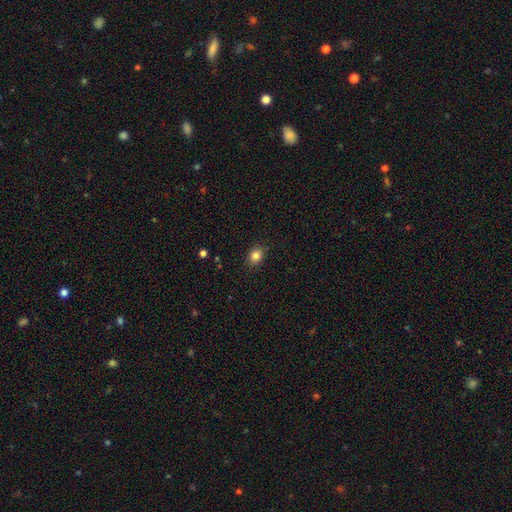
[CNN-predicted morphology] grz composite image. It shows a smooth galaxy with no disk features (83%) that is in between round and cigar-shaped (53%). Merging: none (87%).